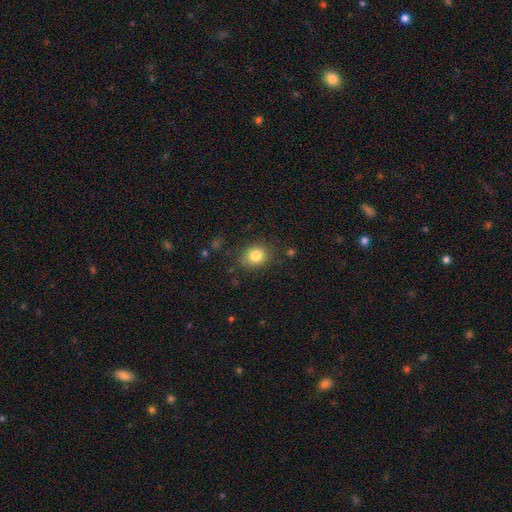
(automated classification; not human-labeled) smooth_or_featured: smooth (p=0.82) [alt: star or artifact p=0.10]
how_rounded: round (p=0.64) [alt: in between p=0.35]
merging: none (p=0.81) [alt: minor disturbance p=0.13]